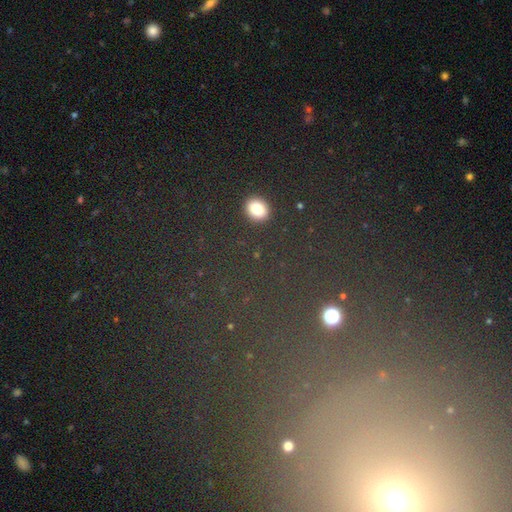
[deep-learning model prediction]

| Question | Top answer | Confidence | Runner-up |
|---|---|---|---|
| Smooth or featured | star or artifact | 64% | smooth (23%) |